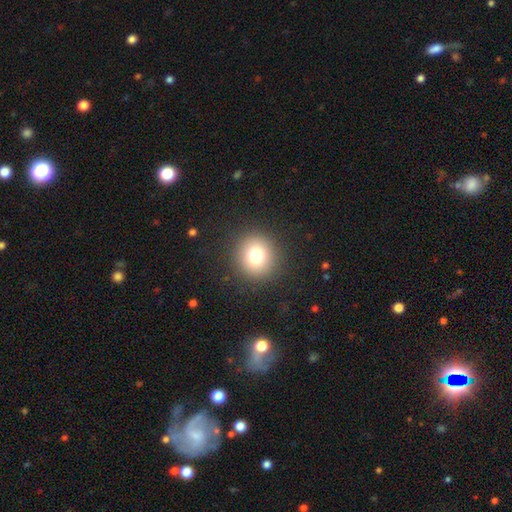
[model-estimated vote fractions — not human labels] Morphology: type=smooth (76%); roundness=round (93%); merging=none (91%).